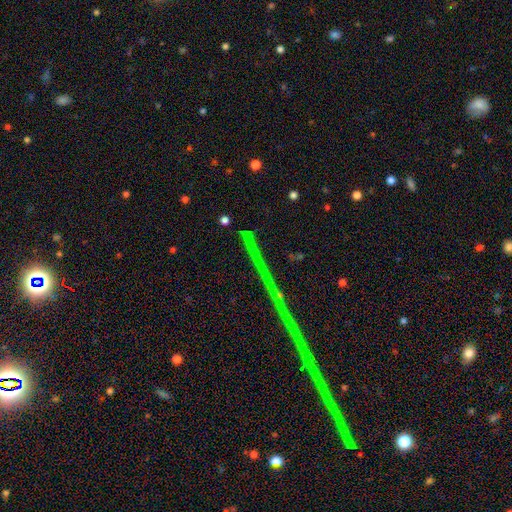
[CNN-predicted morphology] Smooth or featured?
  - star or artifact: 80% *
  - featured or disk: 12%
  - smooth: 8%